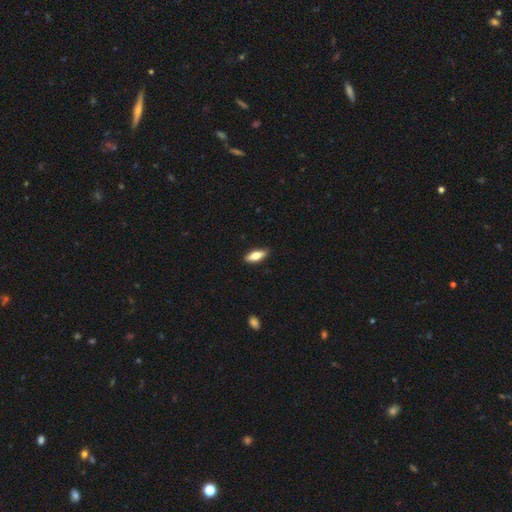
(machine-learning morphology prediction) Overall: smooth (68%). How rounded: in between (65%; cigar-shaped 33%). Merging: none (87%).